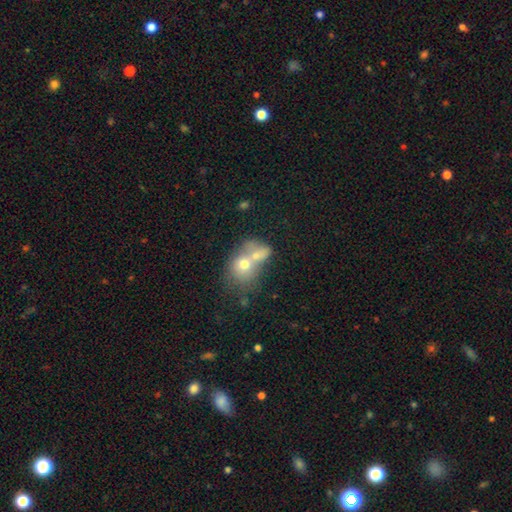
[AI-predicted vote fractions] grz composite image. It shows a smooth galaxy with no disk features (65%) that is round (52%). Merging: merger (73%).